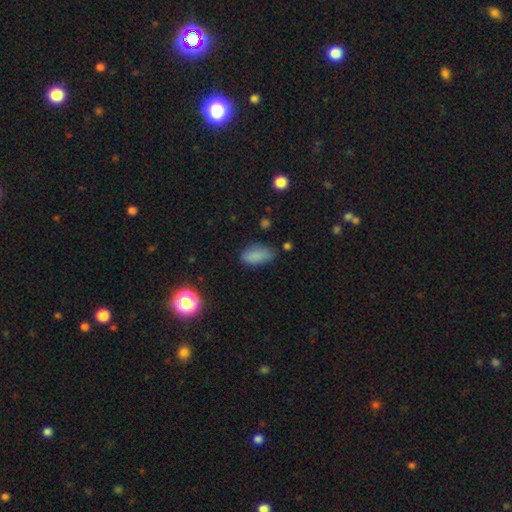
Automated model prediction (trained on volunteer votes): This appears to be a smooth galaxy with no disk features (83%) that is in between round and cigar-shaped (91%). Merging: none (67%).